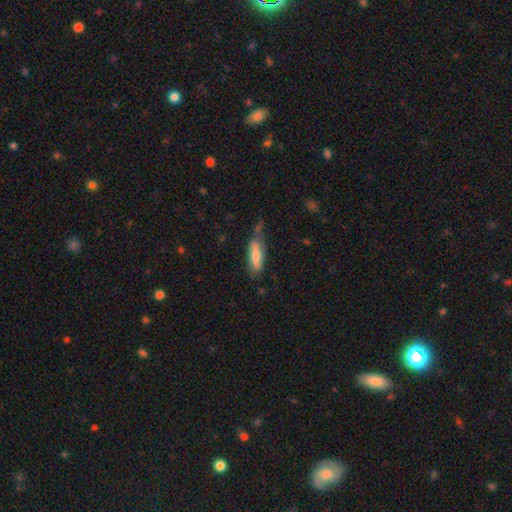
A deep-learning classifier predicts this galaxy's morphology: Smooth or featured? Predicted: smooth (p=0.59). How rounded? Predicted: cigar-shaped (p=0.49, tied with in between). Merging? Predicted: none (p=0.55).